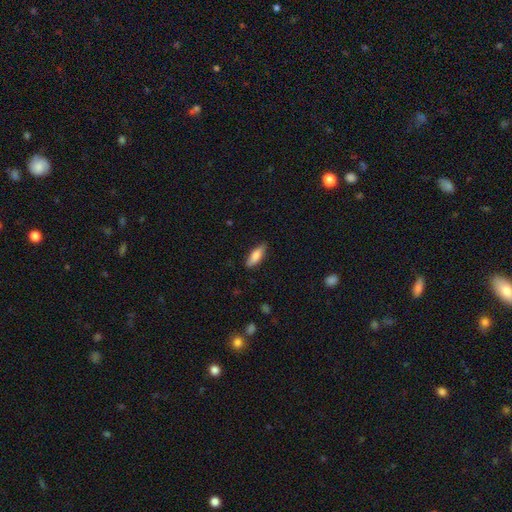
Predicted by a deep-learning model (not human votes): Q: Smooth or featured?
A: smooth (79%); runner-up: featured or disk (15%)
Q: How rounded?
A: in between (60%); runner-up: cigar-shaped (38%)
Q: Merging?
A: none (84%); runner-up: minor disturbance (13%)